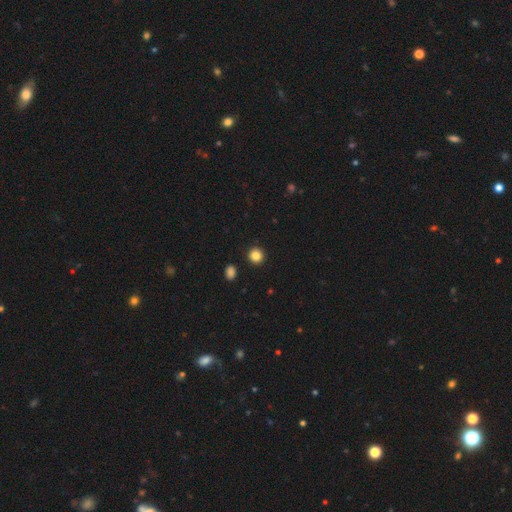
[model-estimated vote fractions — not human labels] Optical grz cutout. It shows a smooth galaxy with no disk features (85%) that is round (92%). Merging: none (92%).